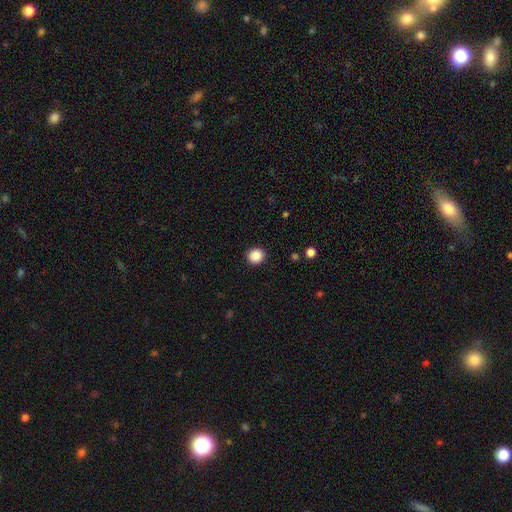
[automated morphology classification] smooth-or-featured: smooth: 88% | star or artifact: 9% | featured or disk: 3%
  how-rounded: round: 83% | in between: 16% | cigar-shaped: 1%
  merging: none: 91% | minor disturbance: 6% | major disturbance: 2% | merger: 1%